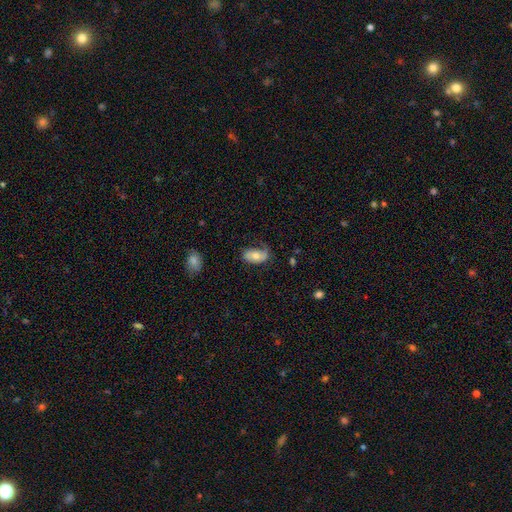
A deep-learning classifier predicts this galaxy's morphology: Smooth or featured: smooth — 56% (featured or disk — 37%)
How rounded: in between — 91% (round — 6%)
Merging: none — 47% (minor disturbance — 31%)